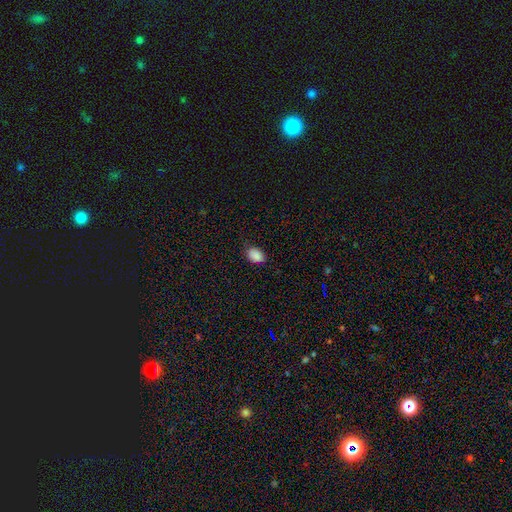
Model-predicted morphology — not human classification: This is clearly a smooth galaxy (88%). How rounded: likely in between (77%). Merging: likely none (78%).